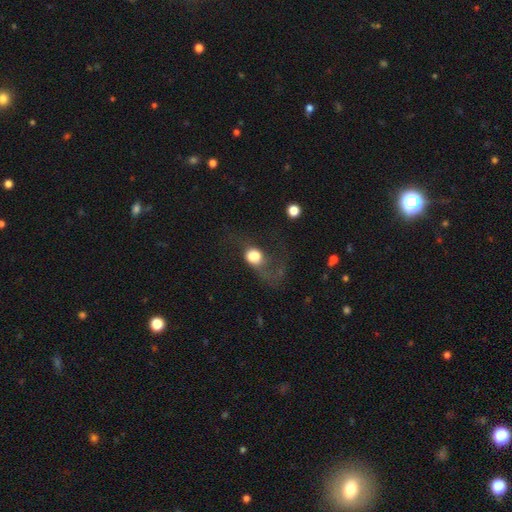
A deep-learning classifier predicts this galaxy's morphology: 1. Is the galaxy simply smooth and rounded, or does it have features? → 62% smooth, 28% featured or disk, 10% star or artifact.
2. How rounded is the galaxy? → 61% round, 37% in between, 1% cigar-shaped.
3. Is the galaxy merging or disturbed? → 58% major disturbance, 20% none, 13% minor disturbance, 9% merger.